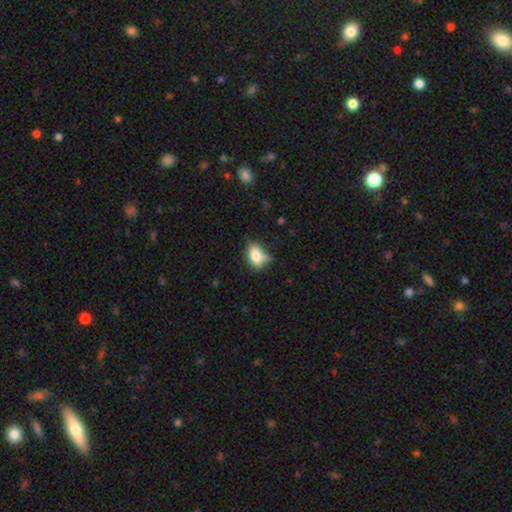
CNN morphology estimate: Smooth or featured? smooth (75%)
How rounded? in between (84%)
Merging? none (48%)